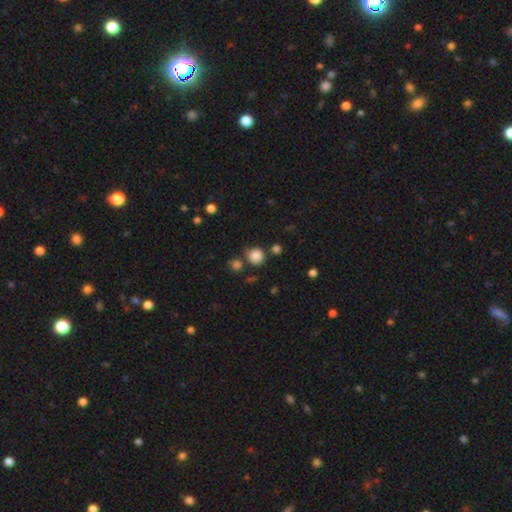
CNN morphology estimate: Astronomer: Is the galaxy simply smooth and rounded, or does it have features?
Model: smooth — 84%.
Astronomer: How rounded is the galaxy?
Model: round — 91%.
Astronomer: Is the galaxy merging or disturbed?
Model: none — 75%.